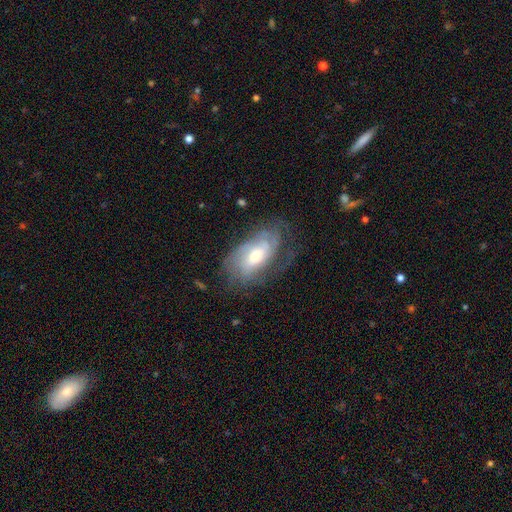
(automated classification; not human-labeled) Smooth or featured? Predicted: featured or disk (p=0.71). Edge-on disk? Predicted: no (p=0.92). Bar? Predicted: no (p=0.61). Spiral arms? Predicted: yes (p=0.83). Spiral winding? Predicted: tight (p=0.54). Spiral arm count? Predicted: can't tell (p=0.51). Bulge size? Predicted: moderate (p=0.57). Merging? Predicted: none (p=0.57).